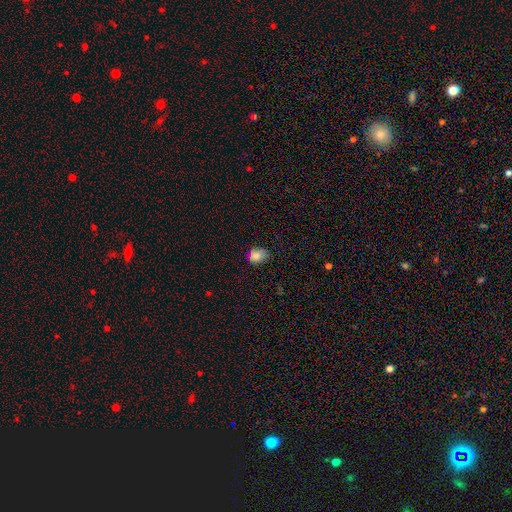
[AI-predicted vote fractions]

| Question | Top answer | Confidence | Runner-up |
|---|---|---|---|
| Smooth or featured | smooth | 82% | star or artifact (9%) |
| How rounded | in between | 59% | round (40%) |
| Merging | none | 62% | minor disturbance (30%) |